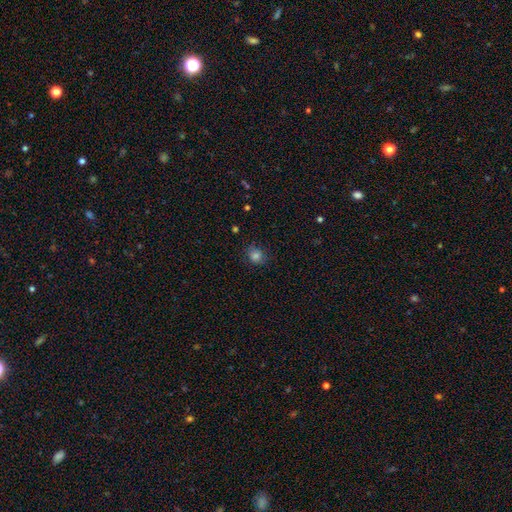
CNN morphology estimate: smooth 80%, star or artifact 13%, featured or disk 6%. Down the decision tree: how rounded — round (70%); merging — none (80%).